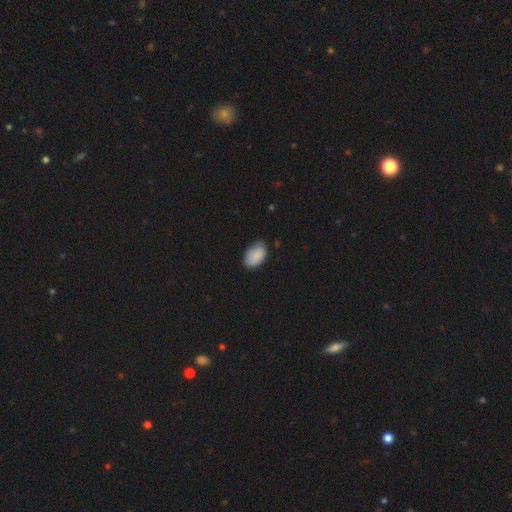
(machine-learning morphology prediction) Smooth or featured: smooth — 88% (star or artifact — 7%)
How rounded: in between — 93% (round — 6%)
Merging: none — 69% (minor disturbance — 27%)